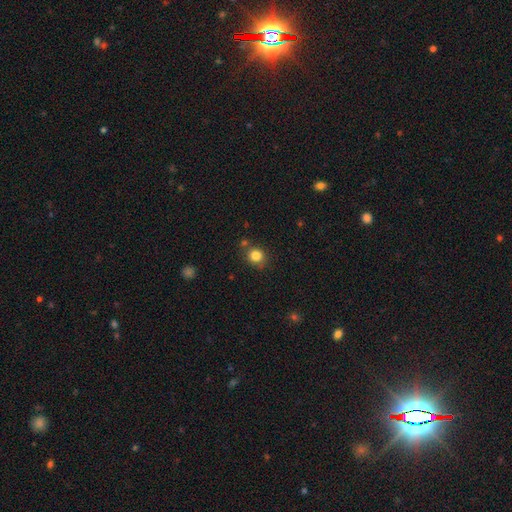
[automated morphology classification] The model was most divided on "merging": none: 78%, minor disturbance: 11%, merger: 7%, major disturbance: 3%. More confident: how rounded — round (84%); smooth or featured — smooth (83%).